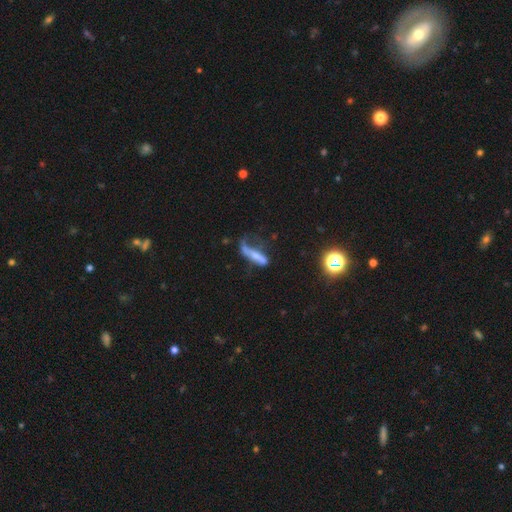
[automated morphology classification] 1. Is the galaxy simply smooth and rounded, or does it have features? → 49% smooth, 41% featured or disk, 10% star or artifact.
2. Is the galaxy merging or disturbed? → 40% major disturbance, 27% none, 25% minor disturbance, 8% merger.